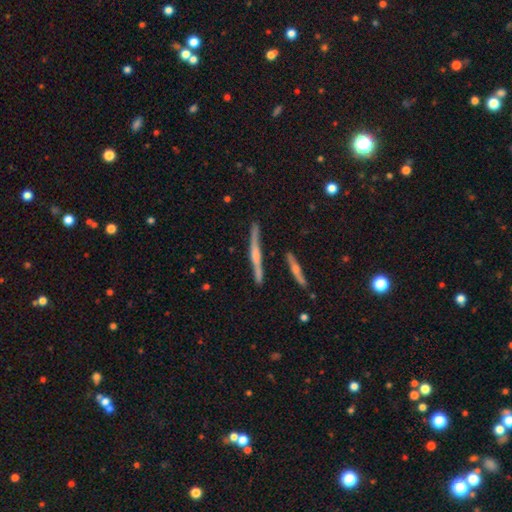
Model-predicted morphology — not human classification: Smooth or featured? featured or disk (76%)
Edge-on disk? yes (97%)
Edge-on bulge? rounded (62%)
Merging? none (84%)